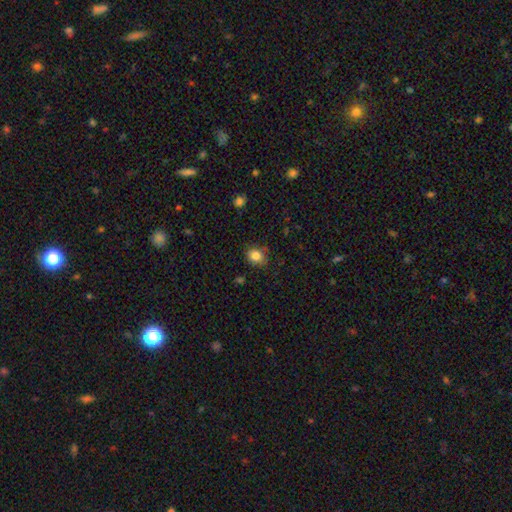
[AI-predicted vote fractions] Smooth or featured?
  - smooth: 83% *
  - star or artifact: 11%
  - featured or disk: 6%
How rounded?
  - round: 70% *
  - in between: 29%
  - cigar-shaped: 1%
Merging?
  - none: 80% *
  - minor disturbance: 15%
  - major disturbance: 3%
  - merger: 2%